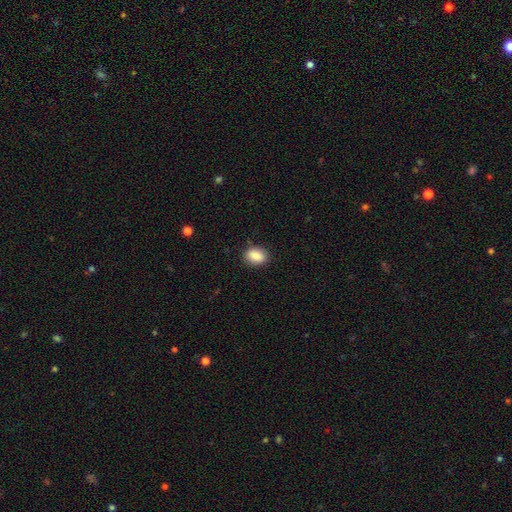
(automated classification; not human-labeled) A smooth galaxy with no disk features (89%) that is in between round and cigar-shaped (76%). Merging: none (86%).